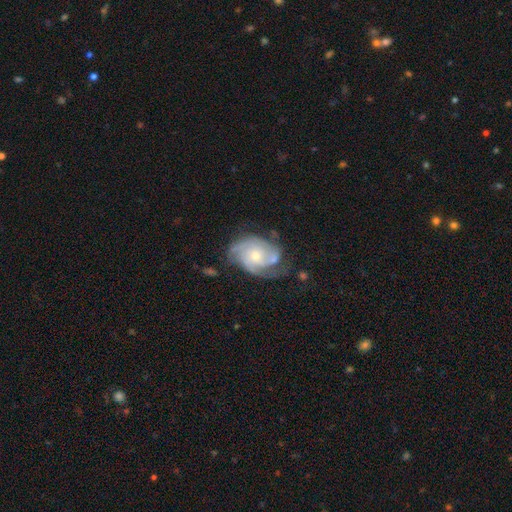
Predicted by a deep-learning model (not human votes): This appears to be a featured or disk galaxy (84%) with no bar (74%), 3 (38%) tight (51%) spiral arms (95%) and a small central bulge (51%). Merging: none (56%).